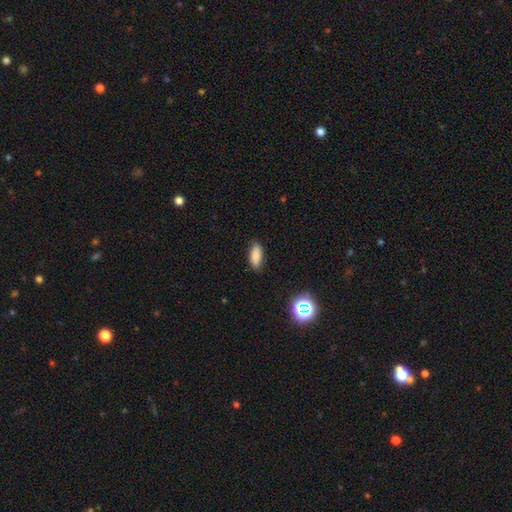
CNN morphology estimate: Smooth or featured: smooth — 84% (star or artifact — 9%)
How rounded: in between — 80% (cigar-shaped — 17%)
Merging: none — 85% (minor disturbance — 12%)